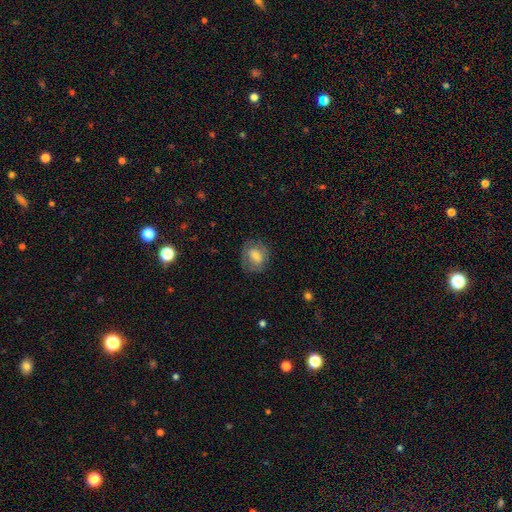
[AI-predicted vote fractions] Morphology: type=smooth (63%); roundness=in between (51%); merging=none (68%).